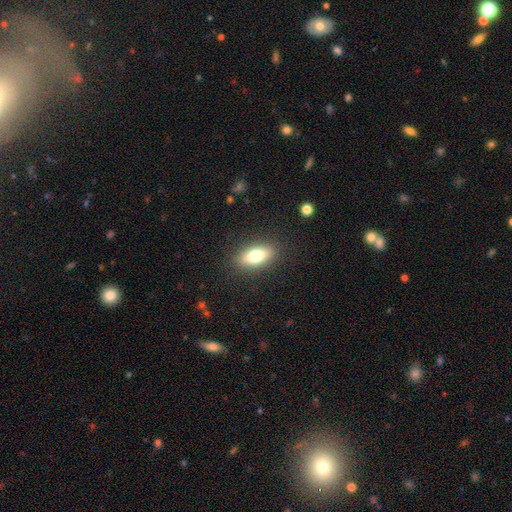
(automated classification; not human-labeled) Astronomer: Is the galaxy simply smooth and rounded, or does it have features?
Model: smooth — 76%.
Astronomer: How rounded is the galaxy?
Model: in between — 82%.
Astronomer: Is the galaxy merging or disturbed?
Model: none — 87%.